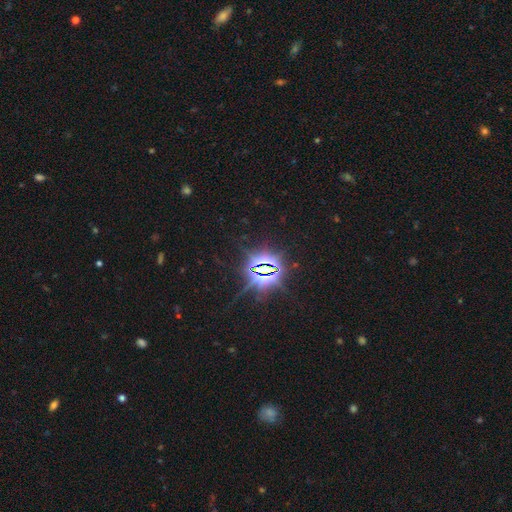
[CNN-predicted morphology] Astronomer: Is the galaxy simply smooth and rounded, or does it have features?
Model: star or artifact — 85%.